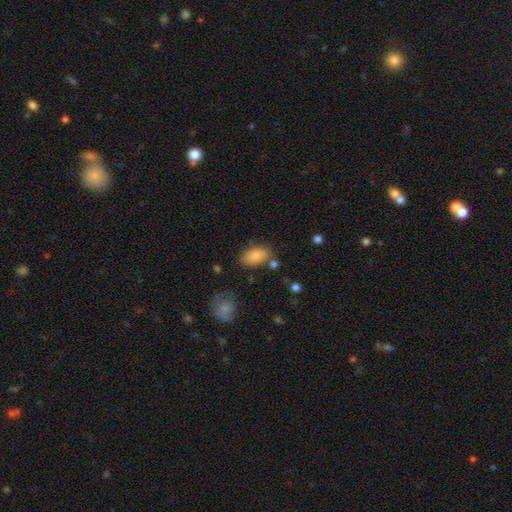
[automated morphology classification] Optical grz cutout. It shows a smooth galaxy with no disk features (85%) that is in between round and cigar-shaped (91%). Merging: none (71%).